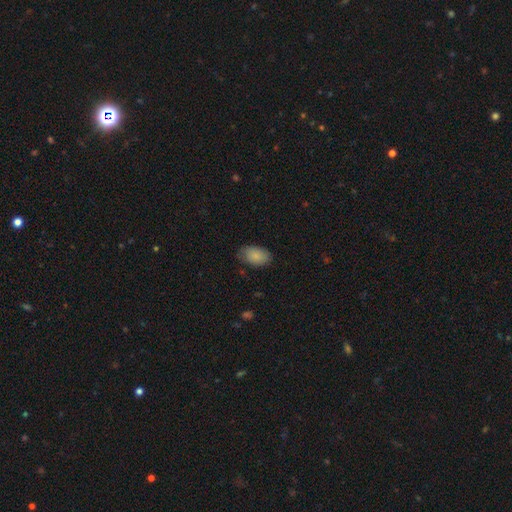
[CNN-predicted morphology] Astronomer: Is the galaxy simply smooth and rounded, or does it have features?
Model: smooth — 86%.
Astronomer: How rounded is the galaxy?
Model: in between — 92%.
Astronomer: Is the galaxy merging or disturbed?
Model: none — 77%.